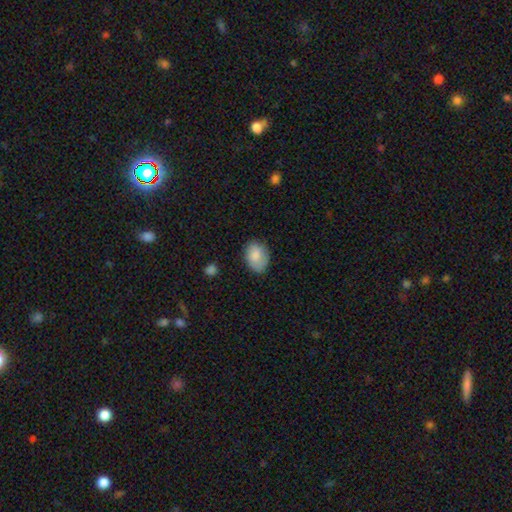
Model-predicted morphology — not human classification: This is likely a smooth galaxy (79%). How rounded: likely in between (78%). Merging: likely none (72%).